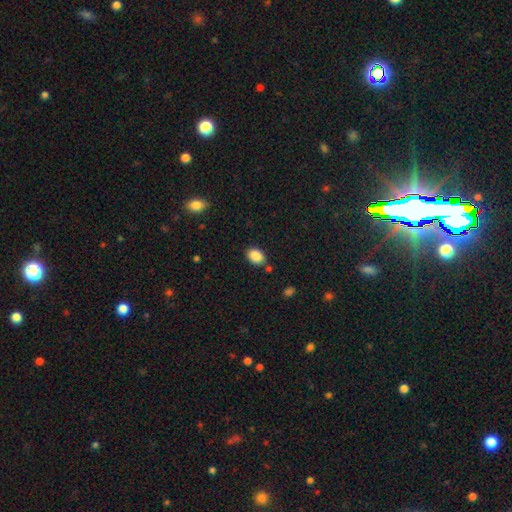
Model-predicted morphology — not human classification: Smooth or featured: smooth — 88% (star or artifact — 8%)
How rounded: in between — 78% (round — 20%)
Merging: none — 82% (minor disturbance — 11%)